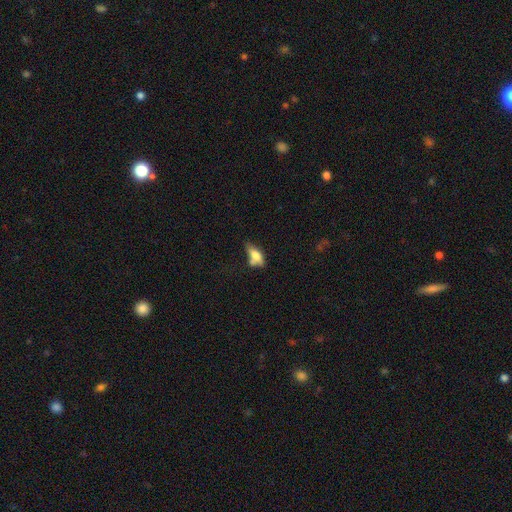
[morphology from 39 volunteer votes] Volunteers were most divided on "merging": merger: 37%, none: 31%, minor disturbance: 17%, major disturbance: 14%. More confident: how rounded — in between (81%); smooth or featured — smooth (67%).